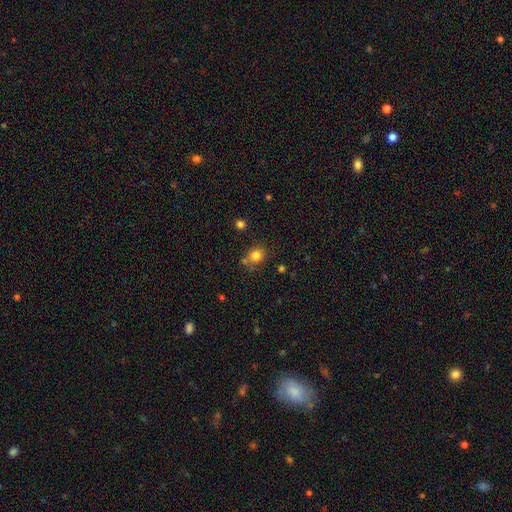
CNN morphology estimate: type=smooth (81%); roundness=round (78%); merging=none (69%).